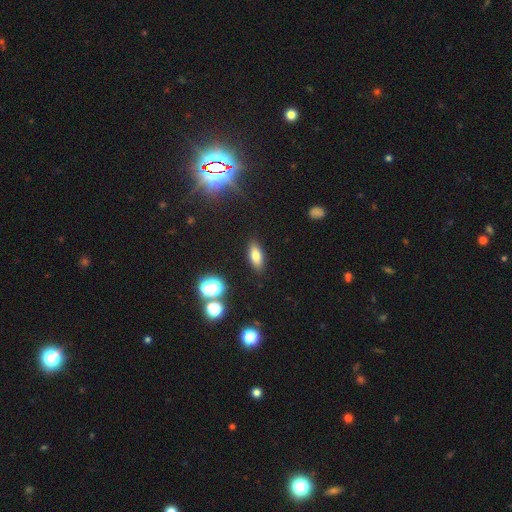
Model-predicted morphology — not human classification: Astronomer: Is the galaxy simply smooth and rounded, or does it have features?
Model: smooth — 71%.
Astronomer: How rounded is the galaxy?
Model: in between — 74%.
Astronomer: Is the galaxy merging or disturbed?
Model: none — 87%.